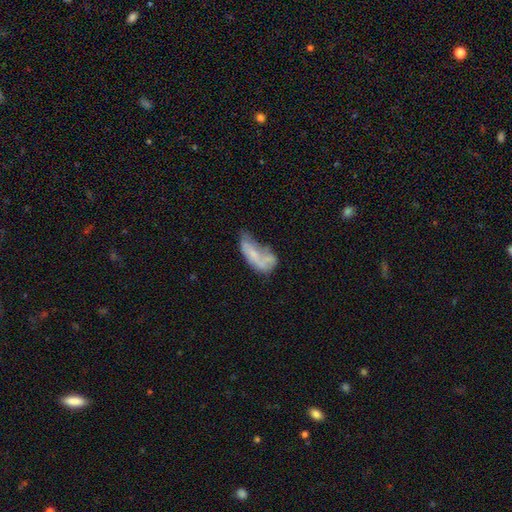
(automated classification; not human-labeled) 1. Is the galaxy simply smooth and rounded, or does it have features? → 47% smooth, 42% featured or disk, 10% star or artifact.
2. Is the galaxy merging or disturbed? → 33% major disturbance, 25% minor disturbance, 23% none, 19% merger.